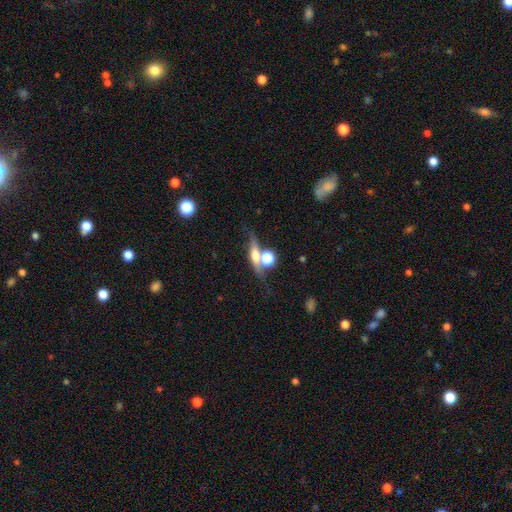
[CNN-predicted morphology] Smooth or featured? Predicted: featured or disk (p=0.51). Edge-on disk? Predicted: yes (p=0.69). Merging? Predicted: none (p=0.51).